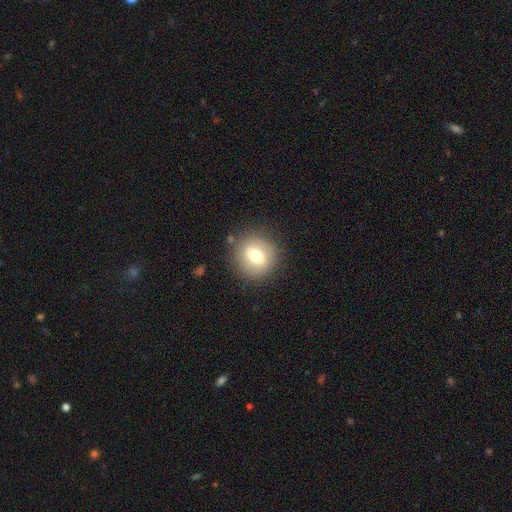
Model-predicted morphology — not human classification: smooth_or_featured: smooth (p=0.67) [alt: featured or disk p=0.24]
how_rounded: round (p=0.89) [alt: in between p=0.10]
merging: none (p=0.85) [alt: minor disturbance p=0.10]